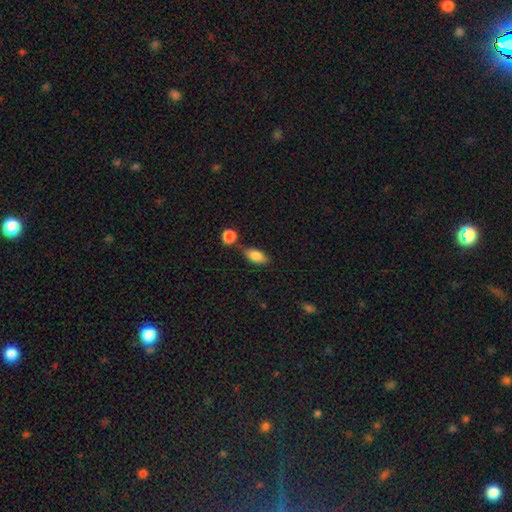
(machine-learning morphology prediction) The model was most divided on "merging": none: 68%, minor disturbance: 16%, merger: 12%, major disturbance: 4%. More confident: how rounded — in between (87%); smooth or featured — smooth (81%).